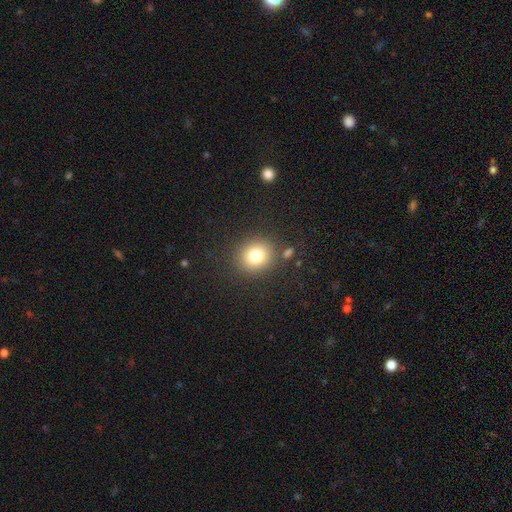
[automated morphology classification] Smooth or featured?
  - smooth: 78% *
  - star or artifact: 13%
  - featured or disk: 9%
How rounded?
  - round: 84% *
  - in between: 15%
  - cigar-shaped: 1%
Merging?
  - none: 85% *
  - minor disturbance: 8%
  - merger: 4%
  - major disturbance: 3%